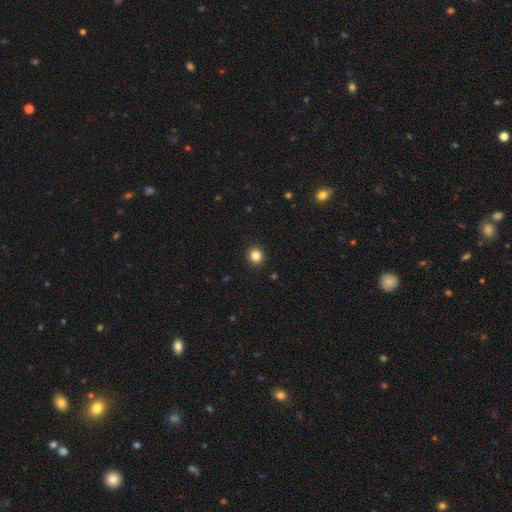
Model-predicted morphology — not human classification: The model was most divided on "smooth or featured": smooth: 84%, star or artifact: 12%, featured or disk: 4%. More confident: merging — none (93%); how rounded — round (93%).